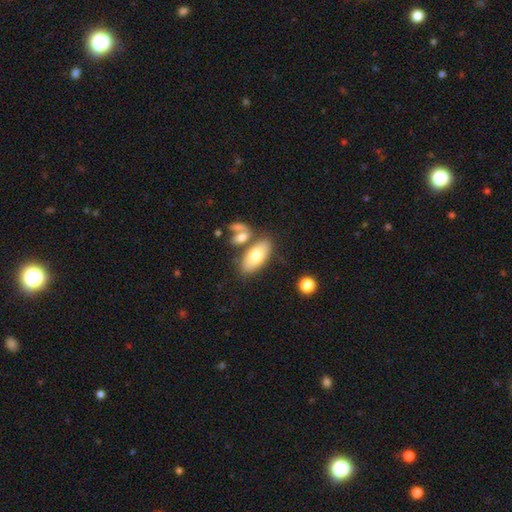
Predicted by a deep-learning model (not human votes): Smooth or featured? Predicted: smooth (p=0.72). How rounded? Predicted: in between (p=0.88). Merging? Predicted: none (p=0.65).